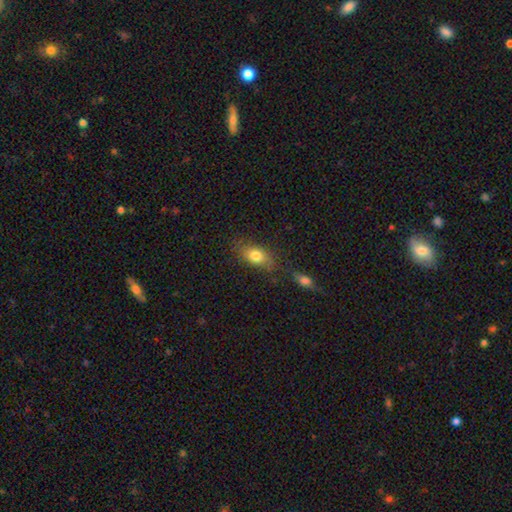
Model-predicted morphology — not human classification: smooth-or-featured: smooth: 78% | featured or disk: 13% | star or artifact: 9%
  how-rounded: in between: 80% | round: 14% | cigar-shaped: 6%
  merging: none: 70% | minor disturbance: 18% | merger: 6% | major disturbance: 6%